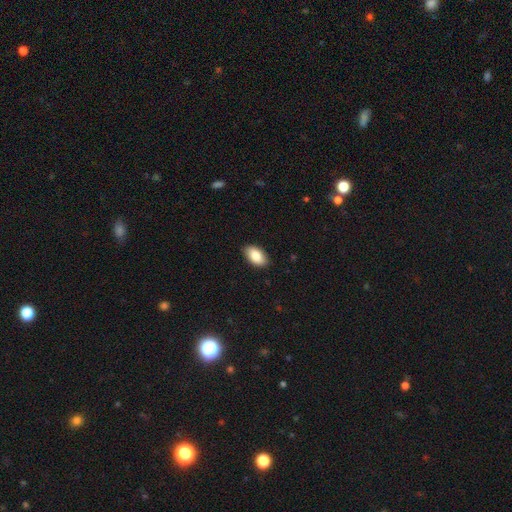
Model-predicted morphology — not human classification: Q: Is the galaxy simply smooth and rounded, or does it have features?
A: smooth — 85%.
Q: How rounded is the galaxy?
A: in between — 94%.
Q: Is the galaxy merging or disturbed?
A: none — 89%.